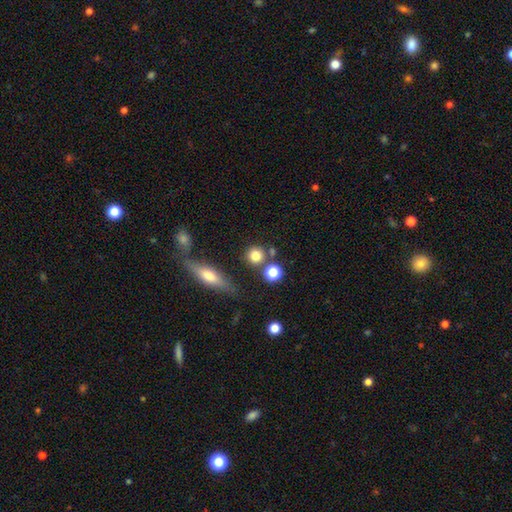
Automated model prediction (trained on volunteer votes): Morphology: type=smooth (79%); roundness=round (89%); merging=none (74%).